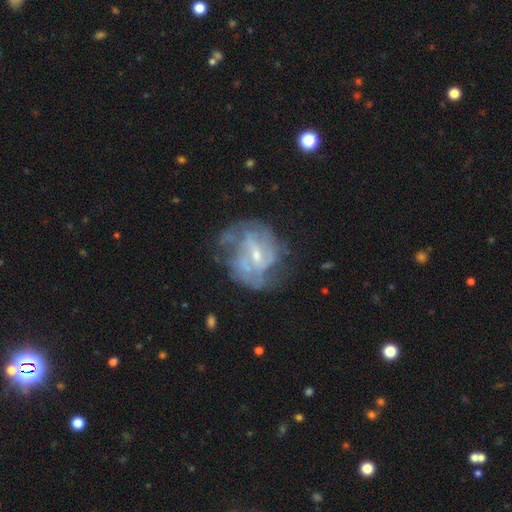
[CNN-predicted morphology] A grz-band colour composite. It shows a featured or disk galaxy (79%) with a weak bar (53%), medium (44%) spiral arms (80%) and a small central bulge (63%). Merging: none (50%).